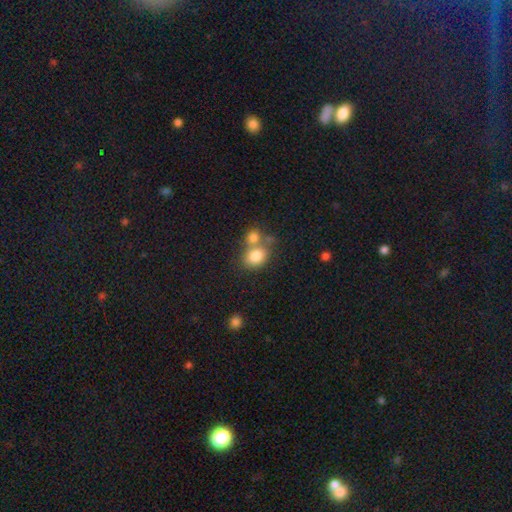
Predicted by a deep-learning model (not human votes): This appears to be a smooth galaxy with no disk features (80%) that is in between round and cigar-shaped (50%). Merging: merger (43%, tied with none).